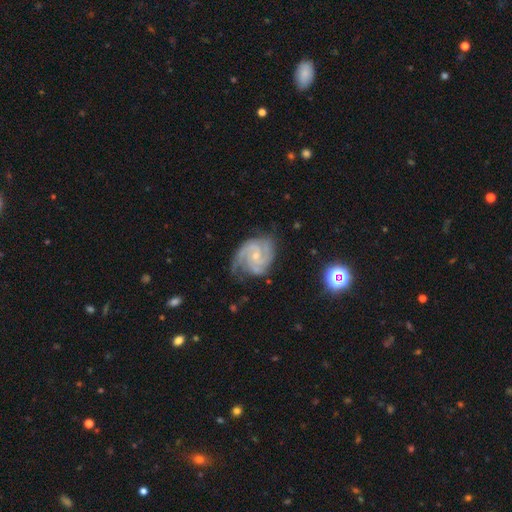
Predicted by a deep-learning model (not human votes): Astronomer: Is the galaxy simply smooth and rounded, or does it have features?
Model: featured or disk — 90%.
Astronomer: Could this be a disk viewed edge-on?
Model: no — 98%.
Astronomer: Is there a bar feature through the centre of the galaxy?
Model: no — 55% (runner-up: weak, 37%).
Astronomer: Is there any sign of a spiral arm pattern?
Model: yes — 98%.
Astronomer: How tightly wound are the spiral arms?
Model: tight — 49% (runner-up: medium, 44%).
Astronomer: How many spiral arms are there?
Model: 2 — 46% (runner-up: 3, 33%).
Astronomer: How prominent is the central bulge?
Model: small — 68%.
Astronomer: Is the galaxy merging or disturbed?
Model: none — 68%.